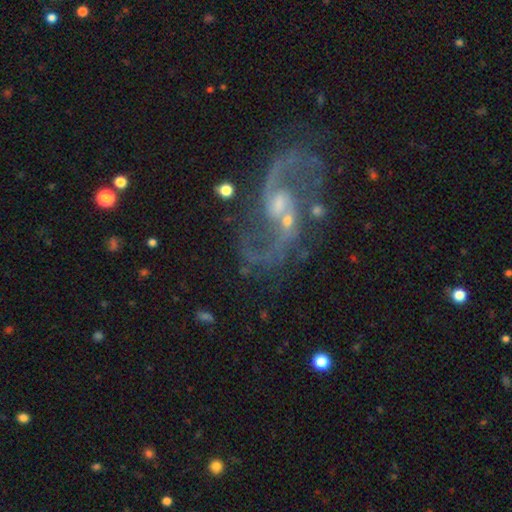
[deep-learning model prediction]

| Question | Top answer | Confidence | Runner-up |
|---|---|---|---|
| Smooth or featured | featured or disk | 90% | star or artifact (6%) |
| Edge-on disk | no | 98% | yes (2%) |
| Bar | weak | 52% | no (34%) |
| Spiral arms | yes | 97% | no (3%) |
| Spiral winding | loose | 56% | medium (37%) |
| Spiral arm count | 2 | 93% | can't tell (2%) |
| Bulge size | small | 56% | moderate (30%) |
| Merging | none | 67% | minor disturbance (15%) |